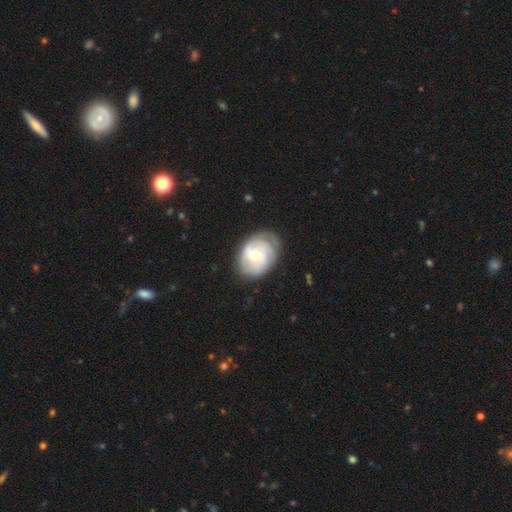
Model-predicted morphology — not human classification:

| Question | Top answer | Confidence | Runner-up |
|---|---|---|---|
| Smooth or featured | featured or disk | 60% | smooth (34%) |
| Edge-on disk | no | 97% | yes (3%) |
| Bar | no | 54% | weak (39%) |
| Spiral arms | yes | 79% | no (21%) |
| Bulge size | moderate | 49% | small (45%) |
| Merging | none | 68% | minor disturbance (22%) |